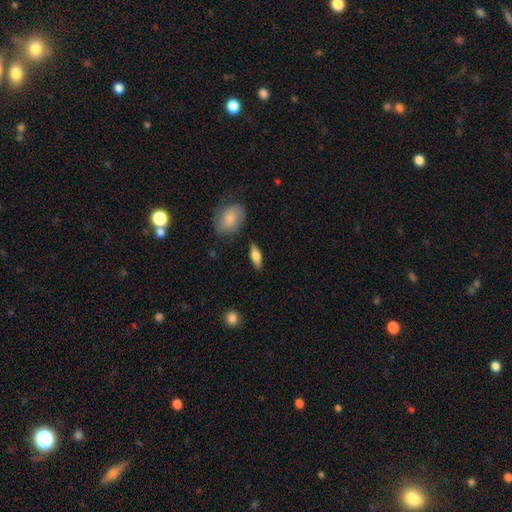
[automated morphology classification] smooth_or_featured: smooth (p=0.58) [alt: featured or disk p=0.36]
how_rounded: in between (p=0.65) [alt: cigar-shaped p=0.30]
merging: none (p=0.85) [alt: minor disturbance p=0.10]